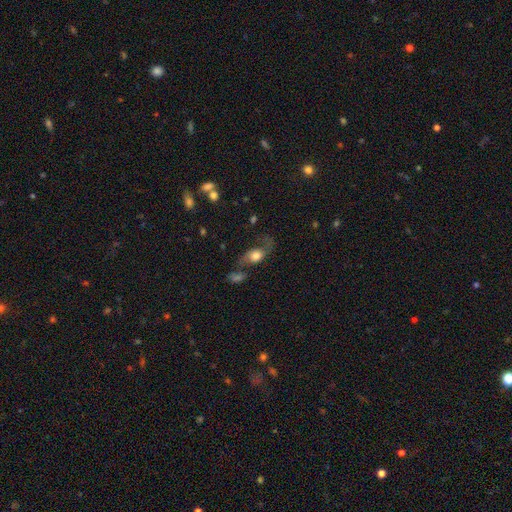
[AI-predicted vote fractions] Smooth or featured?
  - smooth: 52% *
  - featured or disk: 38%
  - star or artifact: 9%
How rounded?
  - in between: 70% *
  - round: 25%
  - cigar-shaped: 5%
Merging?
  - none: 38% *
  - major disturbance: 27%
  - minor disturbance: 21%
  - merger: 15%